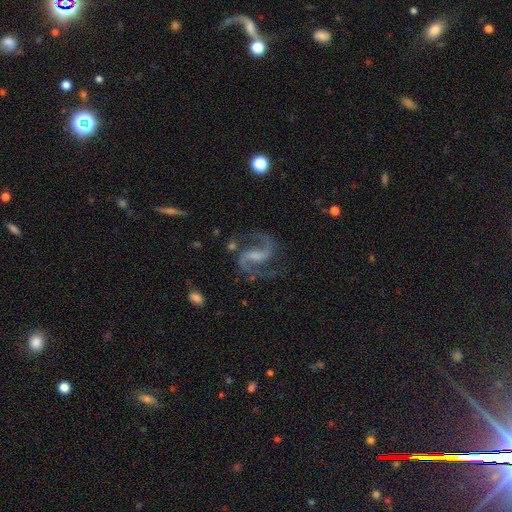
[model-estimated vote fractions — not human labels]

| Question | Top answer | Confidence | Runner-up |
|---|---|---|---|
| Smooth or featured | featured or disk | 92% | star or artifact (5%) |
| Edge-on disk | no | 98% | yes (2%) |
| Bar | weak | 49% | strong (29%) |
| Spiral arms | yes | 98% | no (2%) |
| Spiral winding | medium | 60% | loose (31%) |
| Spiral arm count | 2 | 94% | 3 (2%) |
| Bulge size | small | 39% | none (33%) |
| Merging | none | 76% | minor disturbance (14%) |